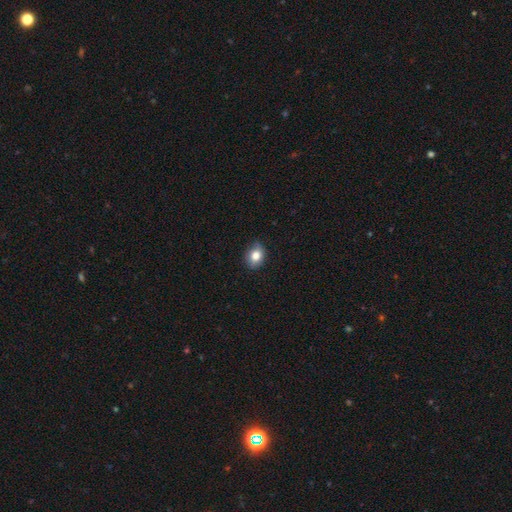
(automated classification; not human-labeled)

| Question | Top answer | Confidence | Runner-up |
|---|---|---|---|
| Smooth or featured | smooth | 81% | featured or disk (9%) |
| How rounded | in between | 52% | round (47%) |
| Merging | none | 77% | minor disturbance (19%) |